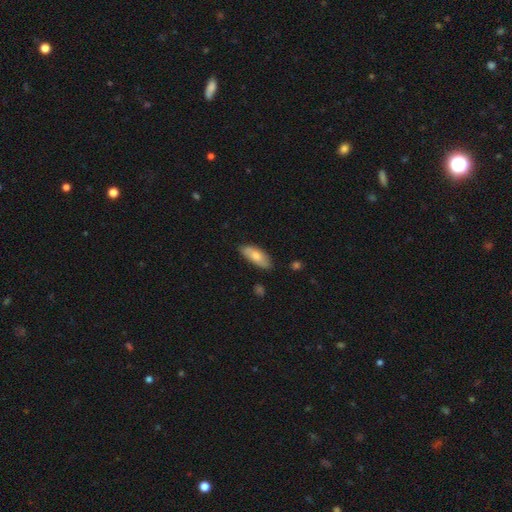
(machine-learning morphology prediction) Smooth or featured: smooth — 72% (featured or disk — 23%)
How rounded: in between — 78% (cigar-shaped — 20%)
Merging: none — 78% (minor disturbance — 17%)